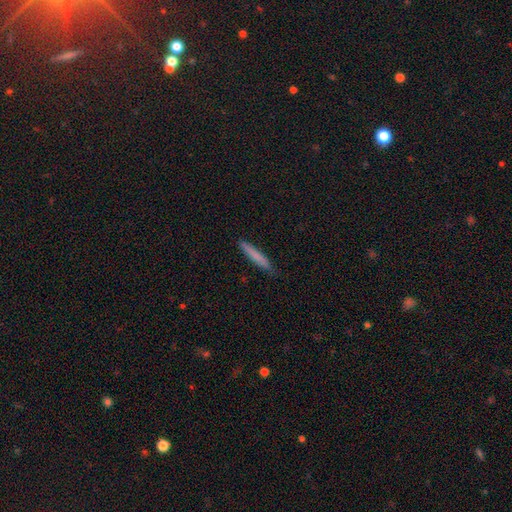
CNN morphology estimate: A smooth galaxy with no disk features (76%) that is cigar-shaped (94%). Merging: none (87%).